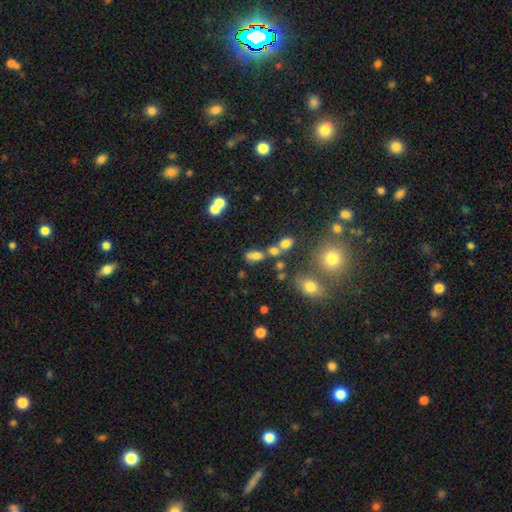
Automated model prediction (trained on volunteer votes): Morphology: type=smooth (69%); roundness=in between (77%); merging=none (40%).